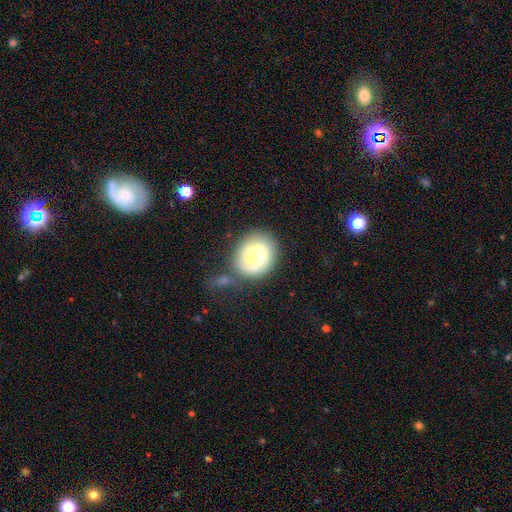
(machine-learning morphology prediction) A featured or disk galaxy (66%) with no bar (54%), 2 (46%) tight (54%) spiral arms (92%) and a moderate central bulge (41%). Merging: none (60%).